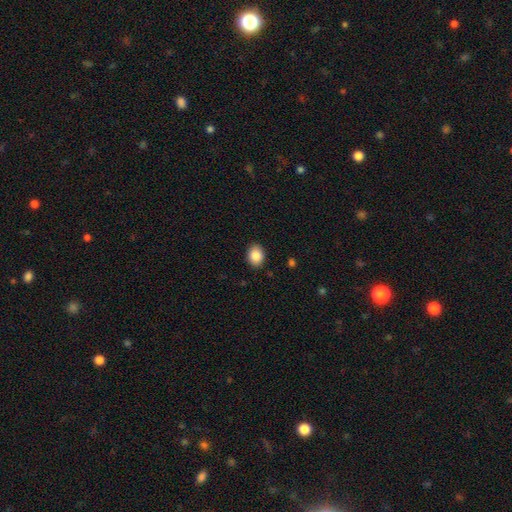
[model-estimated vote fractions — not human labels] The model was most divided on "how rounded": in between: 52%, round: 47%, cigar-shaped: 1%. More confident: merging — none (89%); smooth or featured — smooth (87%).